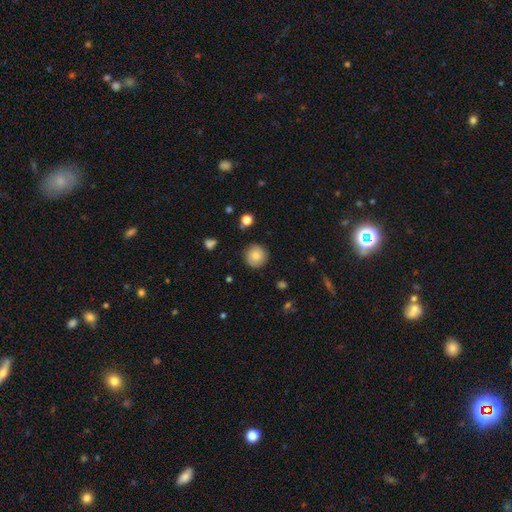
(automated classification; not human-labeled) smooth 83%, star or artifact 9%, featured or disk 8%. Down the decision tree: how rounded — round (94%); merging — none (88%).